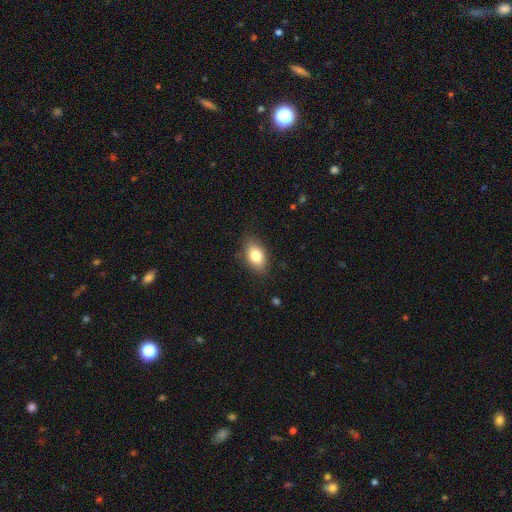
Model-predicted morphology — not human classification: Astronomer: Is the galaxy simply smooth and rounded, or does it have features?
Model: smooth — 80%.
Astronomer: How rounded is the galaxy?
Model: in between — 87%.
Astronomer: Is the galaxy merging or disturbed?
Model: none — 83%.